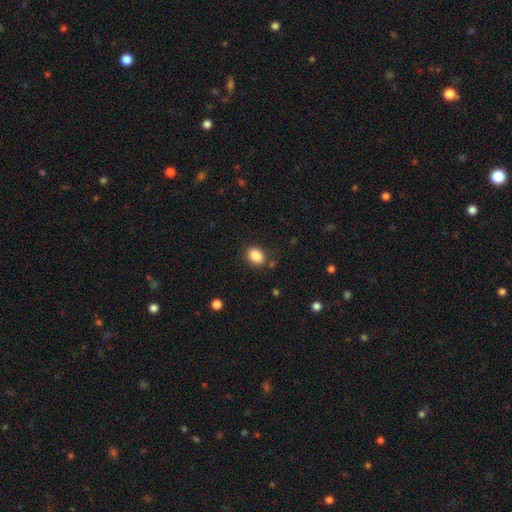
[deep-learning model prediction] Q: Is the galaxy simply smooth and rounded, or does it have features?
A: smooth — 88%.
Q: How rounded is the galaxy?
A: in between — 66%.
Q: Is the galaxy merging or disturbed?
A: none — 84%.